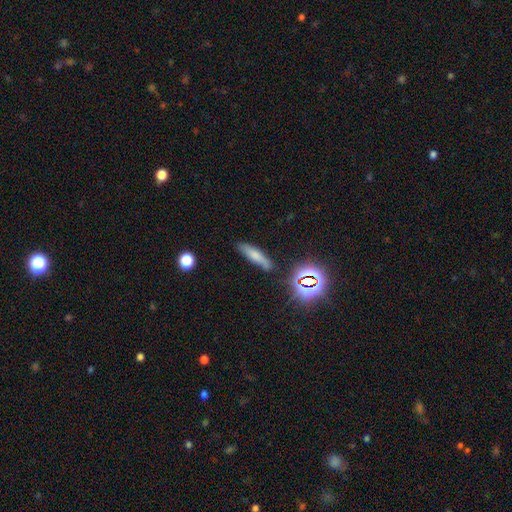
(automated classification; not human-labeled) Q: Smooth or featured?
A: smooth (68%); runner-up: featured or disk (18%)
Q: How rounded?
A: cigar-shaped (69%); runner-up: in between (28%)
Q: Merging?
A: none (74%); runner-up: minor disturbance (17%)